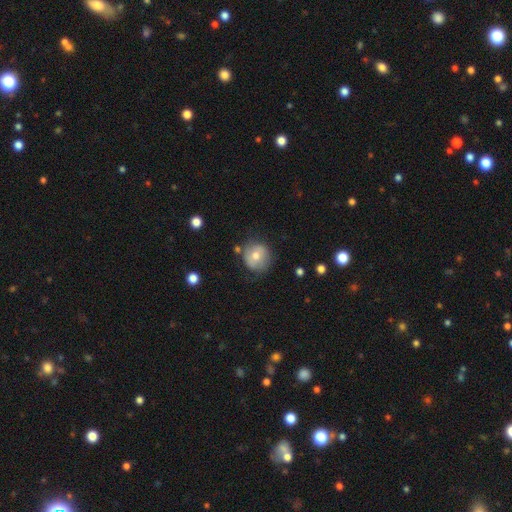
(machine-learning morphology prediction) Smooth or featured: smooth — 63% (featured or disk — 28%)
How rounded: round — 89% (in between — 10%)
Merging: none — 70% (minor disturbance — 20%)